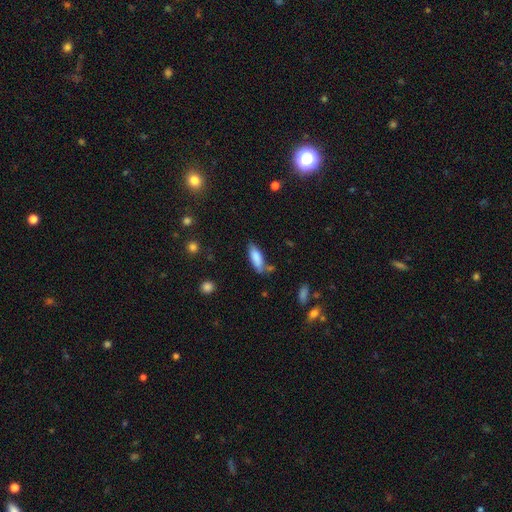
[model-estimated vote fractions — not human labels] Q: Smooth or featured?
A: smooth (82%); runner-up: featured or disk (11%)
Q: How rounded?
A: in between (62%); runner-up: cigar-shaped (36%)
Q: Merging?
A: none (65%); runner-up: minor disturbance (22%)